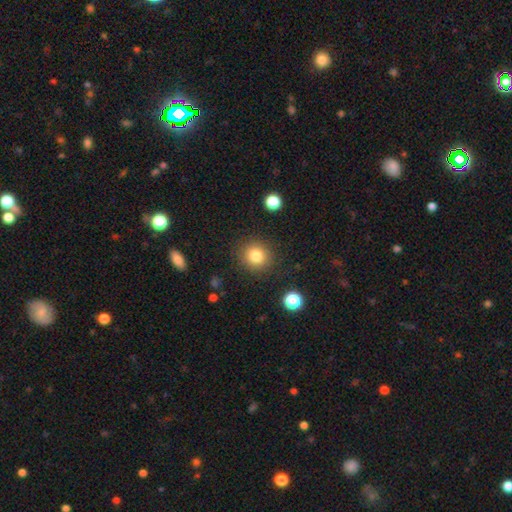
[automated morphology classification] This is clearly a smooth galaxy (82%). How rounded: clearly round (87%). Merging: clearly none (88%).